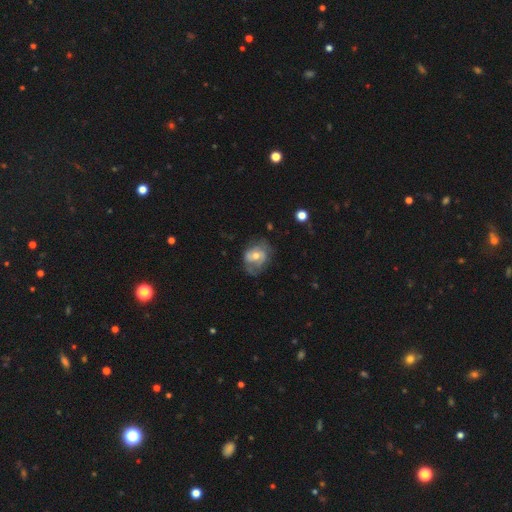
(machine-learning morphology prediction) Smooth or featured: featured or disk — 63% (smooth — 30%)
Edge-on disk: no — 96% (yes — 4%)
Bar: no — 52% (weak — 36%)
Spiral arms: yes — 73% (no — 27%)
Bulge size: moderate — 62% (small — 32%)
Merging: none — 51% (minor disturbance — 28%)